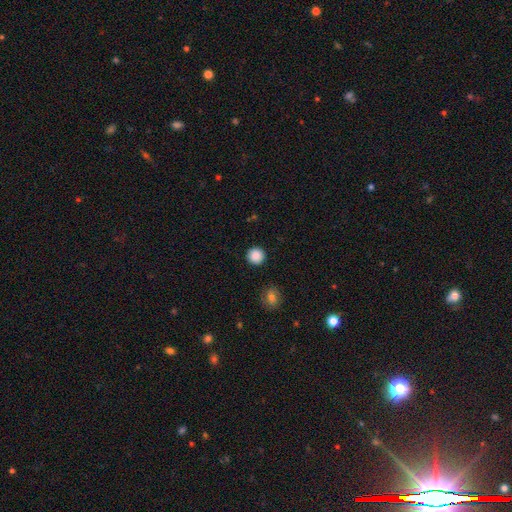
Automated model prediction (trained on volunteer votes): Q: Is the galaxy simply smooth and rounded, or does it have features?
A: smooth — 88%.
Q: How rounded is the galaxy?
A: round — 95%.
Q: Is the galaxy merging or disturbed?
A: none — 92%.